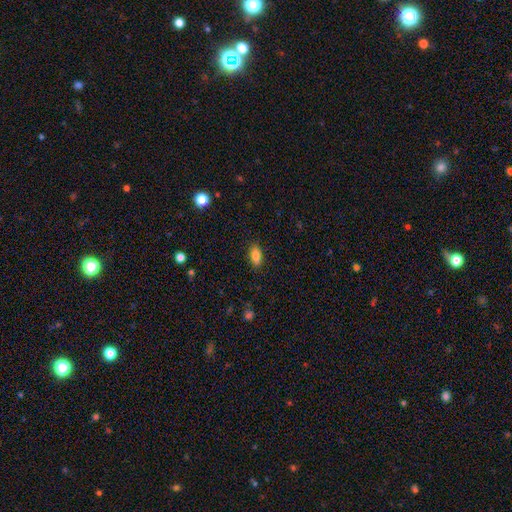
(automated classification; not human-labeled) A smooth galaxy with no disk features (84%) that is in between round and cigar-shaped (89%). Merging: none (87%).